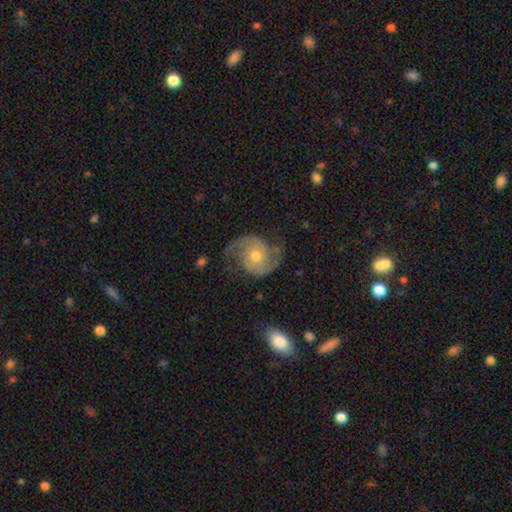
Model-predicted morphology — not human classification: smooth_or_featured: featured or disk (p=0.88) [alt: smooth p=0.07]
disk_edge_on: no (p=0.98) [alt: yes p=0.02]
bar: no (p=0.69) [alt: weak p=0.26]
has_spiral_arms: yes (p=0.97) [alt: no p=0.03]
spiral_winding: medium (p=0.53) [alt: loose p=0.25]
spiral_arm_count: 2 (p=0.93) [alt: can't tell p=0.02]
bulge_size: moderate (p=0.66) [alt: small p=0.27]
merging: none (p=0.76) [alt: minor disturbance p=0.16]